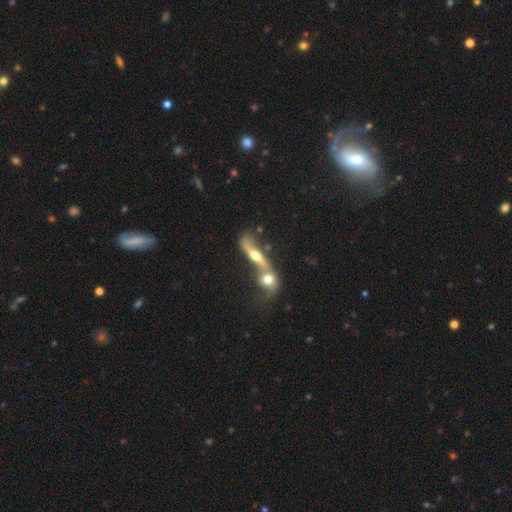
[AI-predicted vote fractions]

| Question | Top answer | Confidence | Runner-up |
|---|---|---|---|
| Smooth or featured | featured or disk | 54% | smooth (37%) |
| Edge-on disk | no | 54% | yes (46%) |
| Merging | merger | 67% | none (19%) |